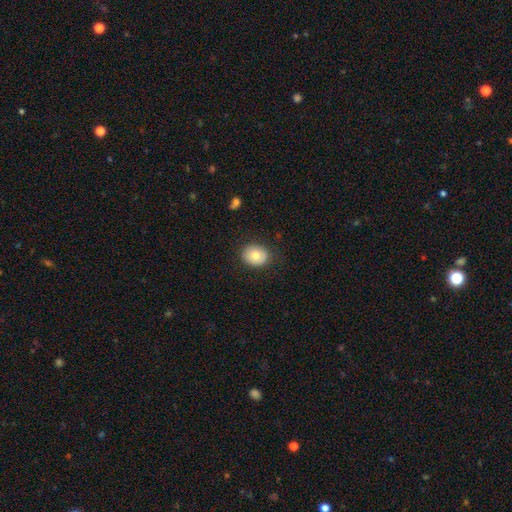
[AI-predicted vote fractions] smooth 79%, featured or disk 13%, star or artifact 9%. Down the decision tree: how rounded — round (56%); merging — none (84%).